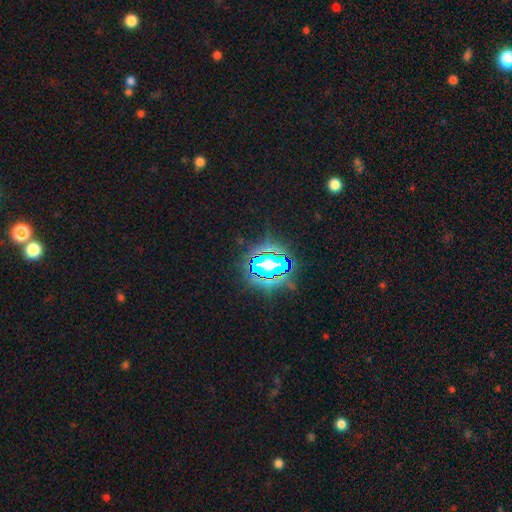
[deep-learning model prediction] Smooth or featured? Predicted: star or artifact (p=0.74).